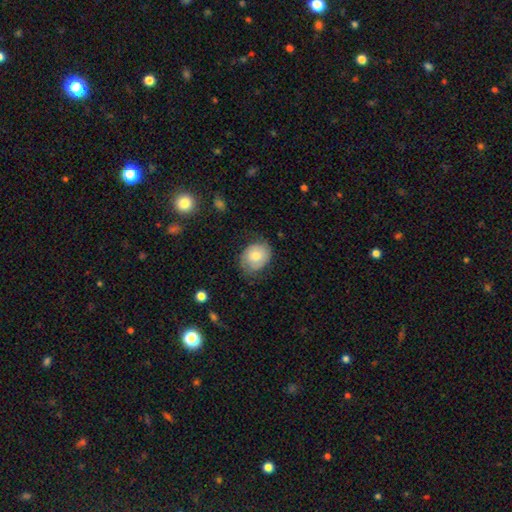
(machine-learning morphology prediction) This appears to be a smooth galaxy with no disk features (55%) that is round (51%). Merging: none (65%).